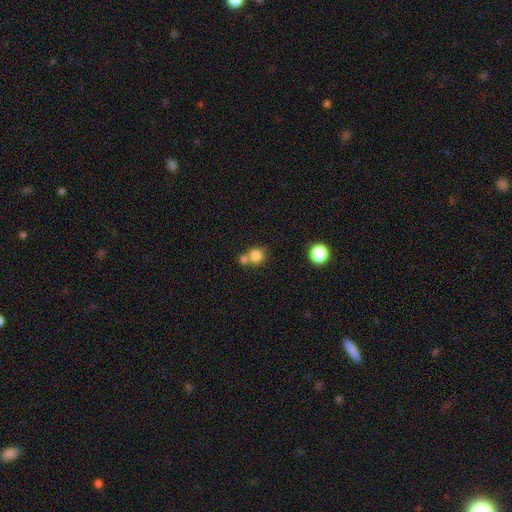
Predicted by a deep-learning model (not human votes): This is clearly a smooth galaxy (81%). How rounded: clearly round (88%). Merging: possibly none (51%).